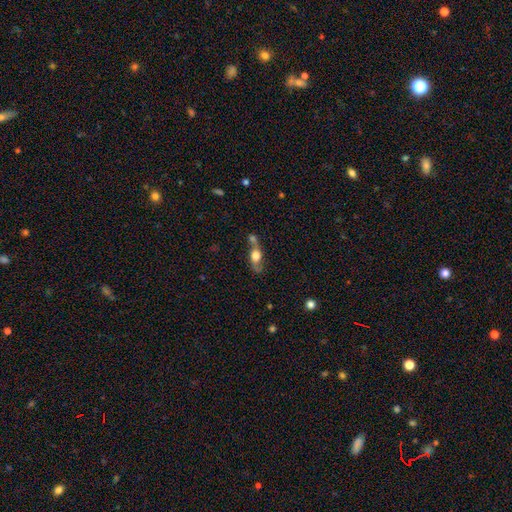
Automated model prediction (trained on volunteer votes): Smooth or featured? smooth (55%)
How rounded? in between (60%)
Merging? merger (40%)